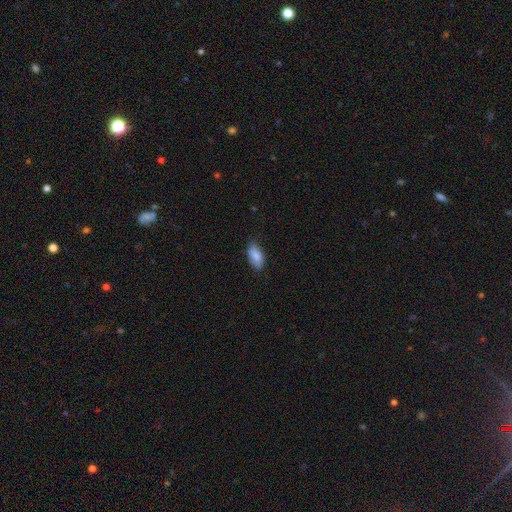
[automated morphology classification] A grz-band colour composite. It shows a smooth galaxy with no disk features (85%) that is in between round and cigar-shaped (92%). Merging: none (75%).